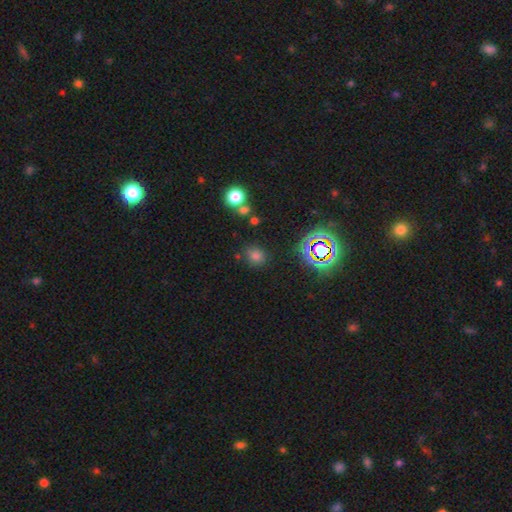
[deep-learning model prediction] Overall: smooth (69%). How rounded: round (75%). Merging: none (82%).